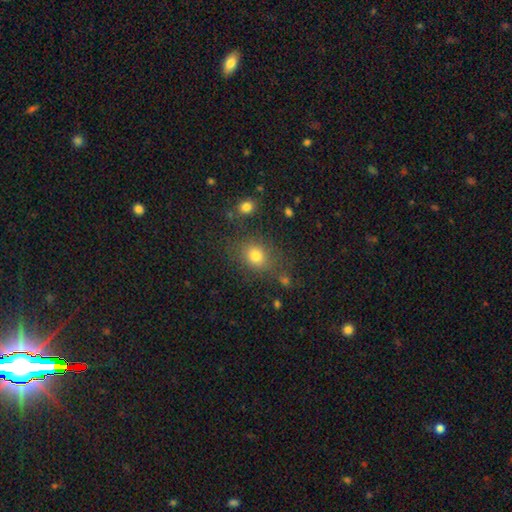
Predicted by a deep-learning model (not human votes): A smooth galaxy with no disk features (76%) that is round (57%). Merging: none (75%).